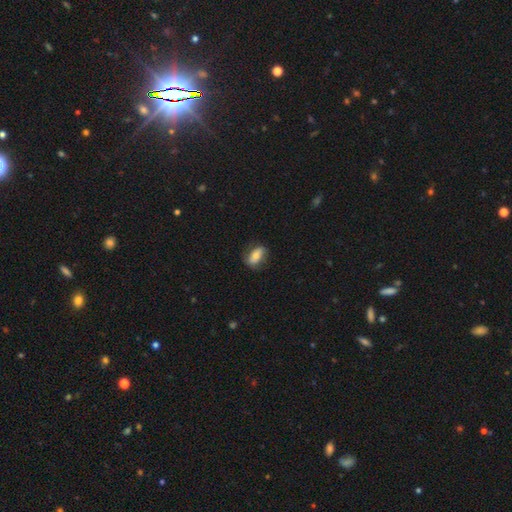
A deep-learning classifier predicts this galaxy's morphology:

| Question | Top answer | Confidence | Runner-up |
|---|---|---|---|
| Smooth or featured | smooth | 66% | featured or disk (26%) |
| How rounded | in between | 86% | cigar-shaped (7%) |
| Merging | none | 70% | minor disturbance (22%) |